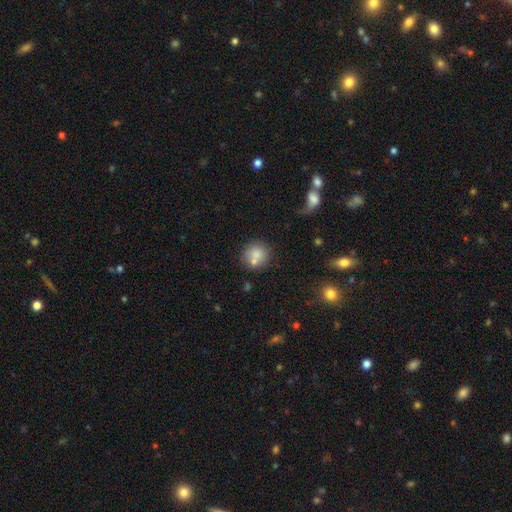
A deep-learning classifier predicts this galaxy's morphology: Q: Smooth or featured?
A: smooth (78%); runner-up: featured or disk (12%)
Q: How rounded?
A: round (87%); runner-up: in between (12%)
Q: Merging?
A: none (62%); runner-up: merger (22%)